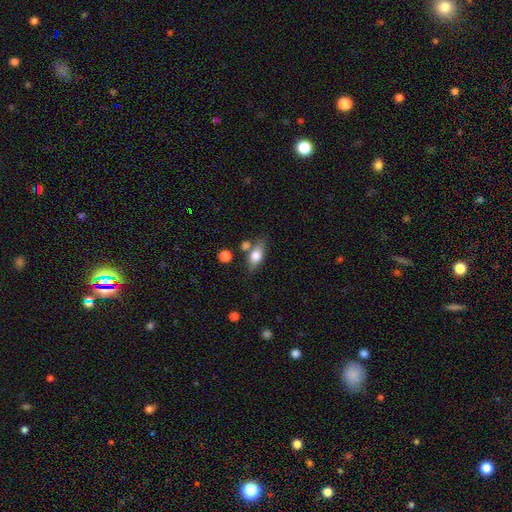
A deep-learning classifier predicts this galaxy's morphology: Smooth or featured? Predicted: smooth (p=0.66). How rounded? Predicted: in between (p=0.73). Merging? Predicted: none (p=0.67).